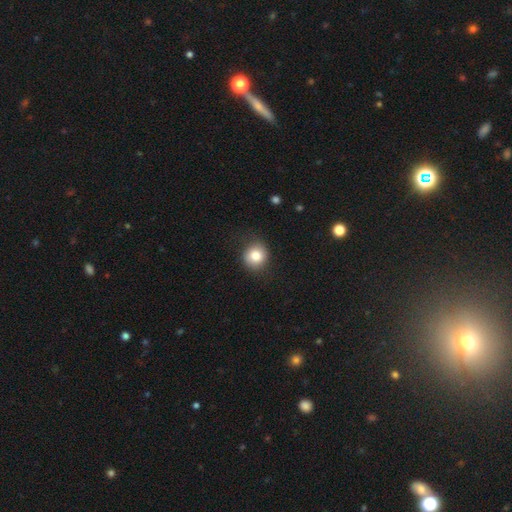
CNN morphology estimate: The model was most divided on "merging": none: 80%, minor disturbance: 14%, major disturbance: 4%, merger: 1%. More confident: how rounded — round (83%); smooth or featured — smooth (82%).